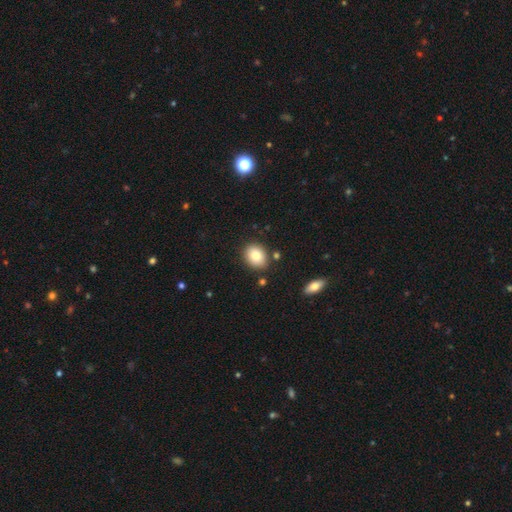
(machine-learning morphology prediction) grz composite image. It shows a smooth galaxy with no disk features (83%) that is in between round and cigar-shaped (52%). Merging: none (83%).